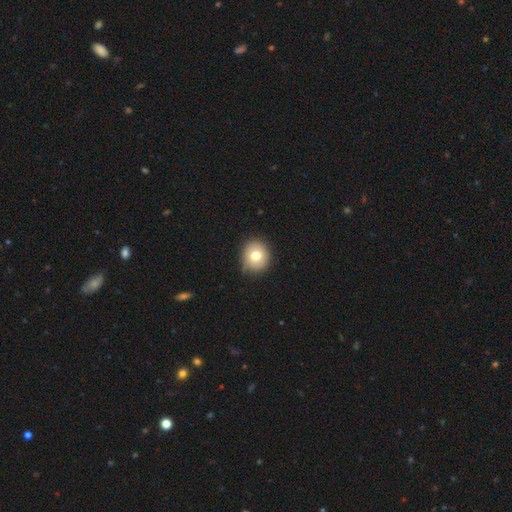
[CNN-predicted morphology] A smooth galaxy with no disk features (75%) that is round (82%).

Vote fractions:
- Smooth or featured? smooth: 75% / featured or disk: 15% / star or artifact: 10%
- How rounded? round: 82% / in between: 17% / cigar-shaped: 1%
- Merging? none: 80% / minor disturbance: 15% / major disturbance: 3% / merger: 1%